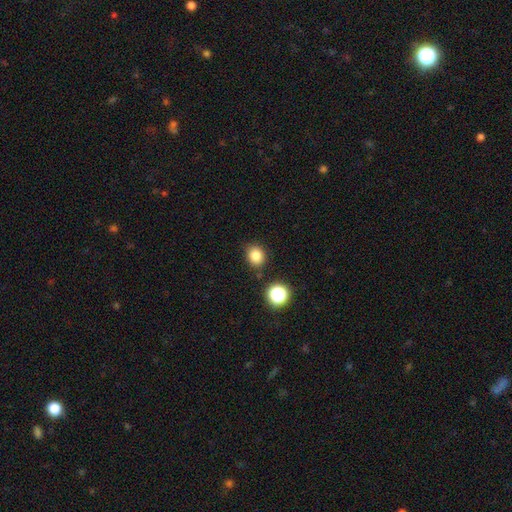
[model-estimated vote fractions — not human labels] Smooth or featured? smooth (81%)
How rounded? round (70%)
Merging? none (83%)